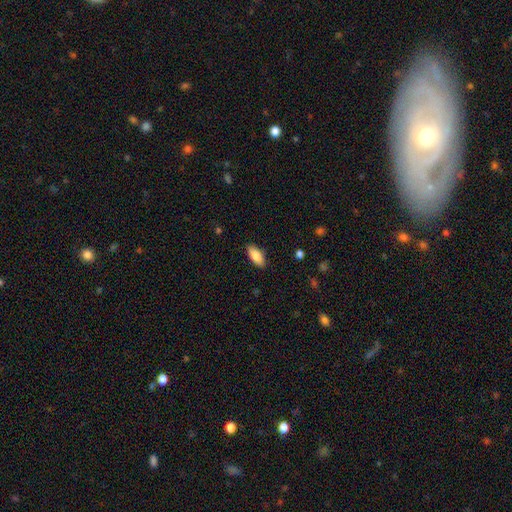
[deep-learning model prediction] Smooth or featured? smooth (86%)
How rounded? in between (86%)
Merging? none (87%)